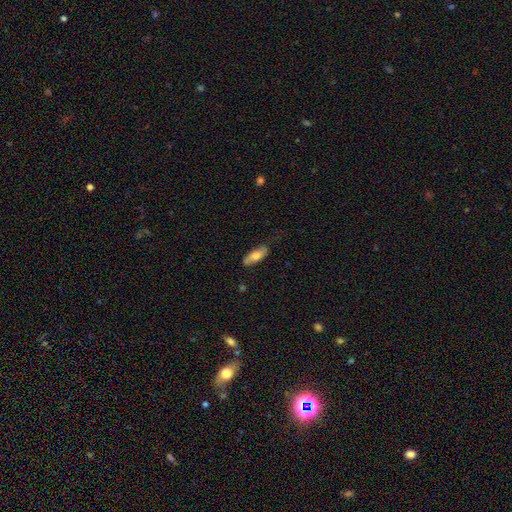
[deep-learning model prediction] Morphology: type=smooth (70%); roundness=in between (64%); merging=none (78%).